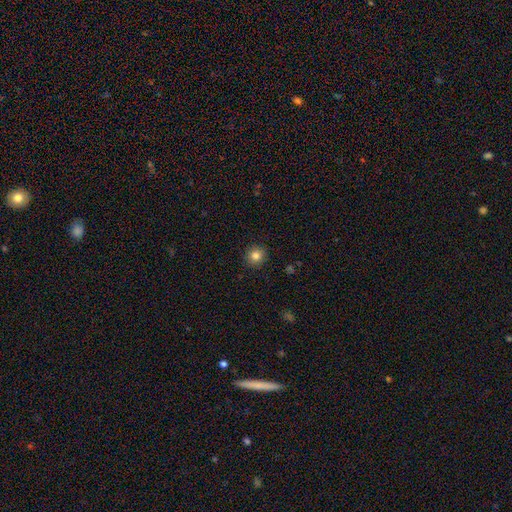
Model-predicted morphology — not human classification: smooth-or-featured: smooth: 83% | star or artifact: 11% | featured or disk: 6%
  how-rounded: round: 92% | in between: 8% | cigar-shaped: 1%
  merging: none: 91% | minor disturbance: 6% | major disturbance: 2% | merger: 1%